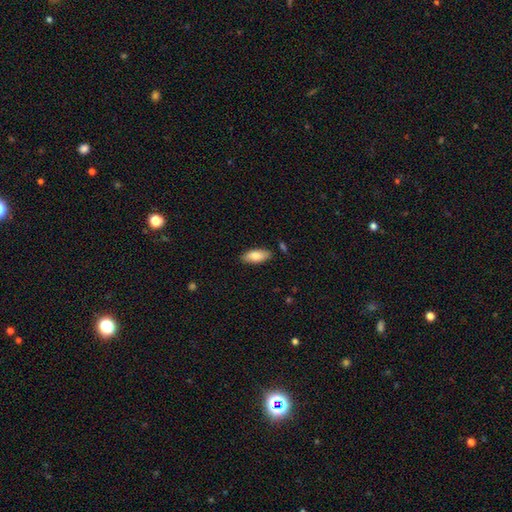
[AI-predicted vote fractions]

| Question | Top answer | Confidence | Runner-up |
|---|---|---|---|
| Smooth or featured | smooth | 82% | featured or disk (12%) |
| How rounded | in between | 85% | cigar-shaped (13%) |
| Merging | none | 83% | minor disturbance (12%) |